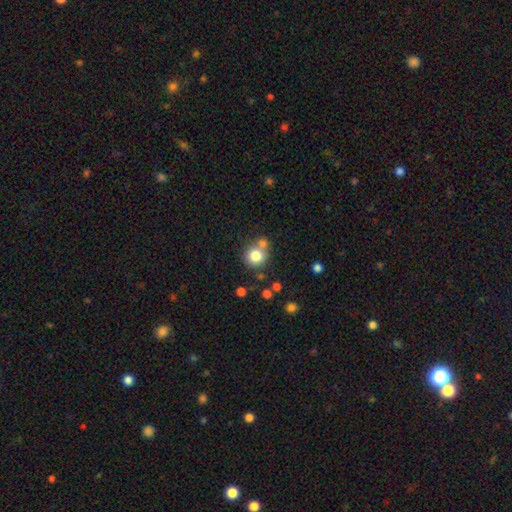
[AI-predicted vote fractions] Q: Smooth or featured?
A: smooth (80%); runner-up: star or artifact (11%)
Q: How rounded?
A: round (90%); runner-up: in between (9%)
Q: Merging?
A: none (62%); runner-up: merger (25%)